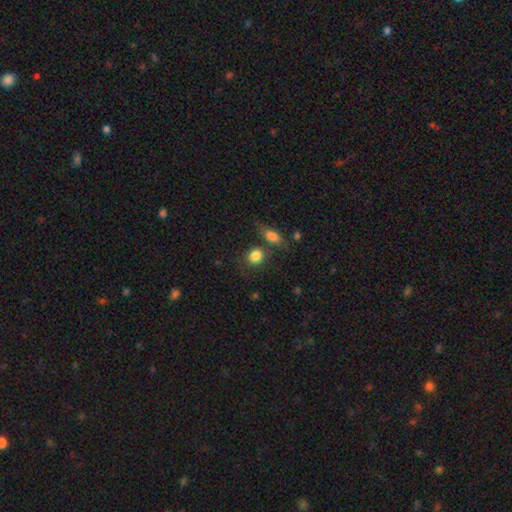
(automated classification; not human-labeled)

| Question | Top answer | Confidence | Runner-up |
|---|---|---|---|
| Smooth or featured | smooth | 84% | star or artifact (9%) |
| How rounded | round | 72% | in between (26%) |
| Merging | none | 62% | merger (19%) |